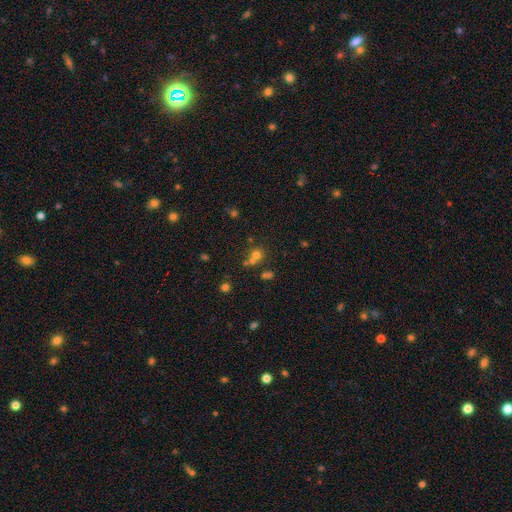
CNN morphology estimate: Smooth or featured: smooth — 60% (star or artifact — 26%)
How rounded: round — 85% (in between — 14%)
Merging: none — 52% (merger — 36%)